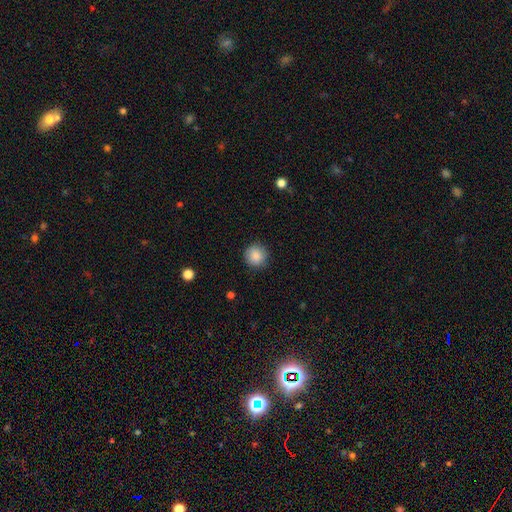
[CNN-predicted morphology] smooth-or-featured: smooth: 87% | star or artifact: 8% | featured or disk: 4%
  how-rounded: round: 93% | in between: 6% | cigar-shaped: 1%
  merging: none: 87% | minor disturbance: 10% | major disturbance: 2% | merger: 1%